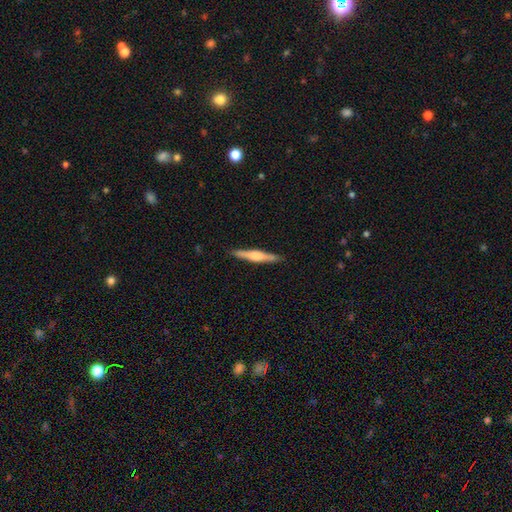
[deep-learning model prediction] smooth-or-featured: featured or disk: 58% | smooth: 36% | star or artifact: 5%
  disk-edge-on: yes: 98% | no: 2%
    edge-on-bulge: rounded: 73% | boxy: 19% | none: 8%
  merging: none: 90% | minor disturbance: 7% | major disturbance: 2% | merger: 1%